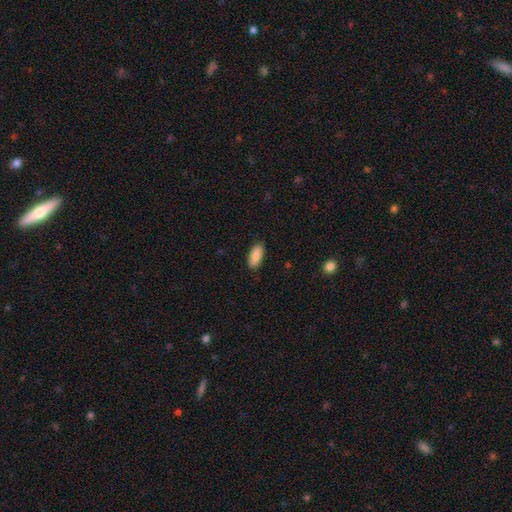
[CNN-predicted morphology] Overall: smooth (88%). How rounded: in between (84%). Merging: none (88%).